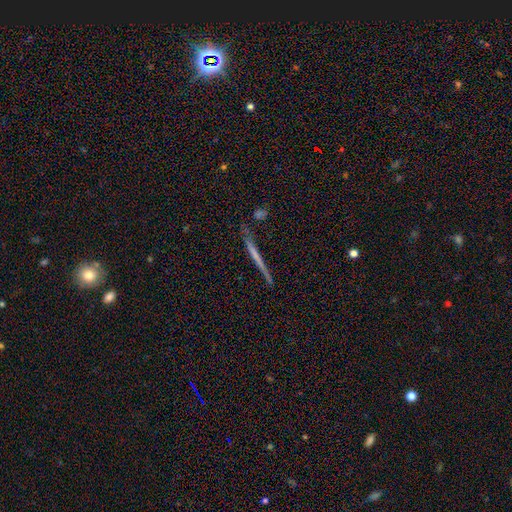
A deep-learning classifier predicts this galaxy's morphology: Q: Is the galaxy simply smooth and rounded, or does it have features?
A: featured or disk — 49%.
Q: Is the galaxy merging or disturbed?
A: none — 80%.